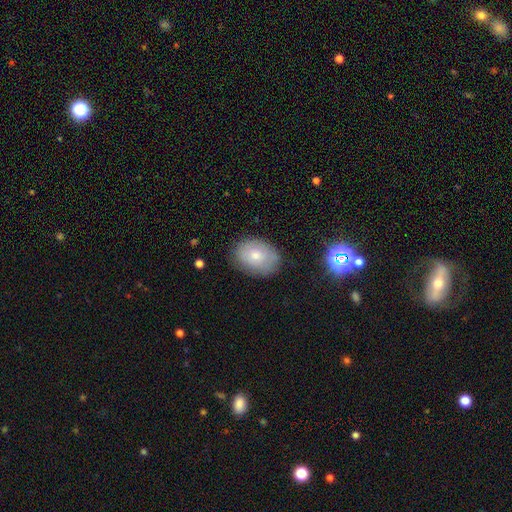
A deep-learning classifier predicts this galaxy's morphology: Smooth or featured: smooth — 68% (featured or disk — 23%)
How rounded: in between — 73% (round — 26%)
Merging: none — 77% (minor disturbance — 17%)